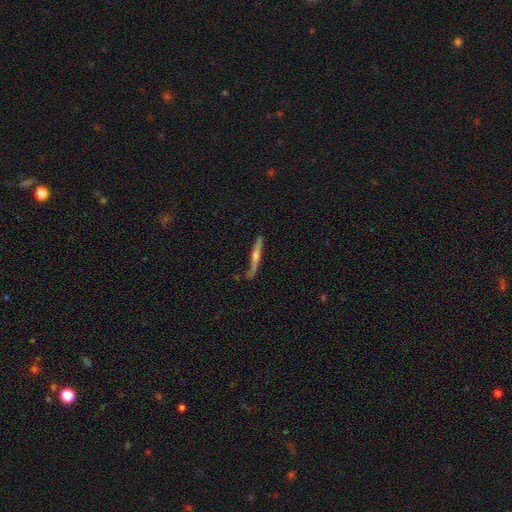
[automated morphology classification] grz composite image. It shows a featured or disk galaxy (72%) viewed edge-on (92%) with a rounded central bulge (83%). Merging: none (75%).